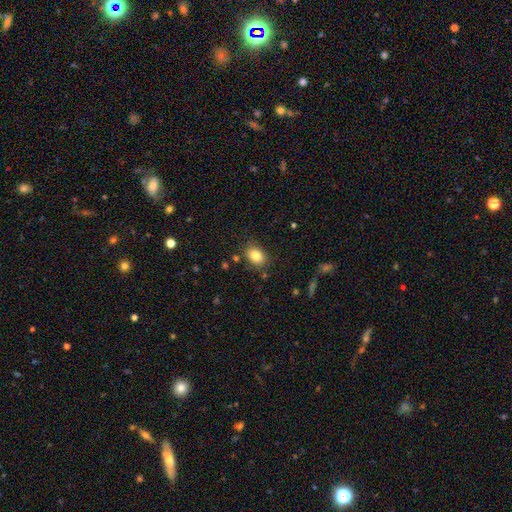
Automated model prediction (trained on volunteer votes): smooth_or_featured: smooth (p=0.83) [alt: star or artifact p=0.09]
how_rounded: in between (p=0.73) [alt: round p=0.26]
merging: none (p=0.82) [alt: minor disturbance p=0.12]